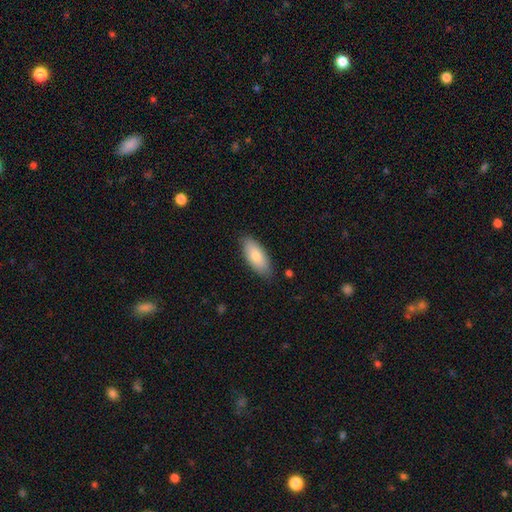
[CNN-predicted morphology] type=smooth (78%); roundness=in between (84%); merging=none (84%).